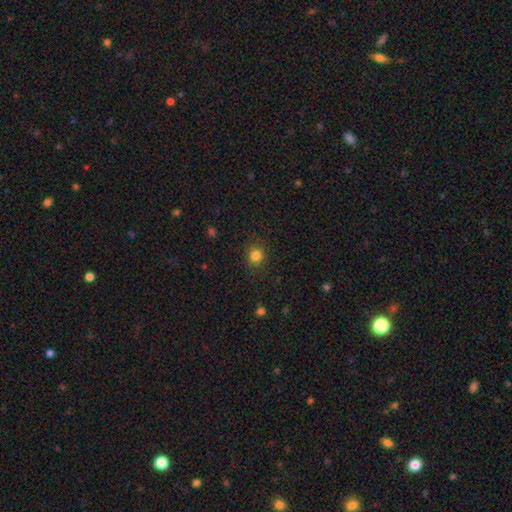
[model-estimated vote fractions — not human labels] Smooth or featured?
  - smooth: 83% *
  - star or artifact: 12%
  - featured or disk: 4%
How rounded?
  - round: 87% *
  - in between: 12%
  - cigar-shaped: 1%
Merging?
  - none: 88% *
  - minor disturbance: 8%
  - major disturbance: 3%
  - merger: 1%